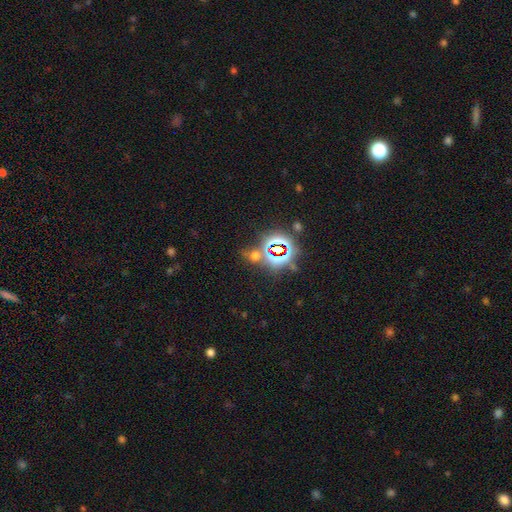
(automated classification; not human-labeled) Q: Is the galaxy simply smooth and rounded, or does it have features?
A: star or artifact — 60%.